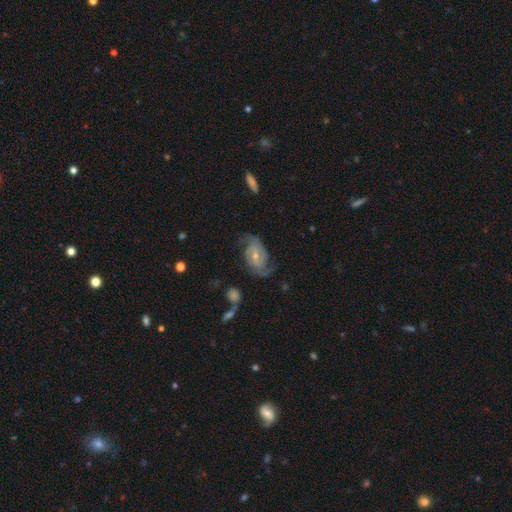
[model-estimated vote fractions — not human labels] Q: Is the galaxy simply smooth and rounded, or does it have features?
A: featured or disk — 87%.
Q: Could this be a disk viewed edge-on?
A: no — 97%.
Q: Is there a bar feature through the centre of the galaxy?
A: no — 48%.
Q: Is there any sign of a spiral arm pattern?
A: yes — 97%.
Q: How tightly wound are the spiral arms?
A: medium — 47%.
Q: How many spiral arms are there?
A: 2 — 85%.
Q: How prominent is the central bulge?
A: moderate — 48%, tied with small.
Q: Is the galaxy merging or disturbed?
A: none — 70%.